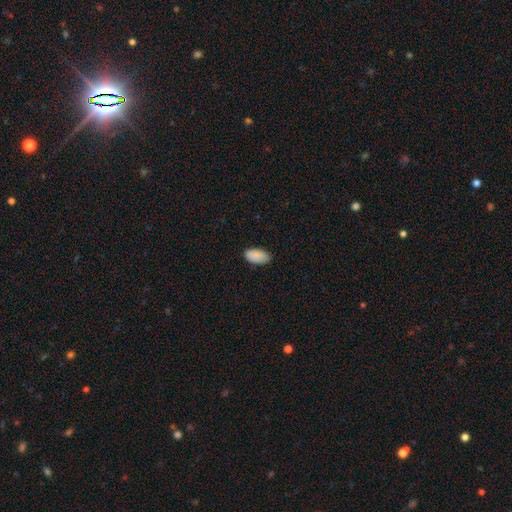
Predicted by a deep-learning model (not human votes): Smooth or featured? Predicted: smooth (p=0.88). How rounded? Predicted: in between (p=0.95). Merging? Predicted: none (p=0.81).